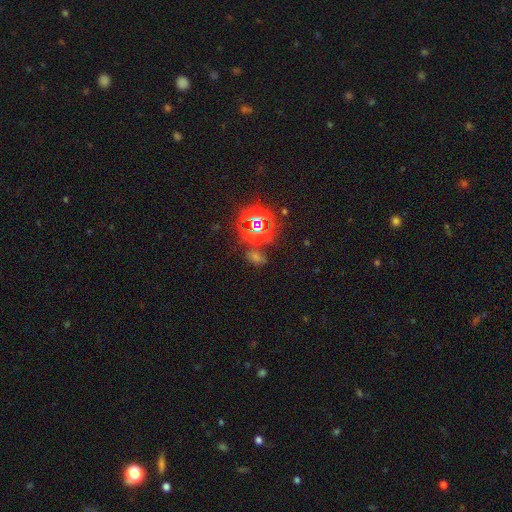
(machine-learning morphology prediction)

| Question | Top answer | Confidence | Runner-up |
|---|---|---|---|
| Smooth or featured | star or artifact | 70% | smooth (22%) |